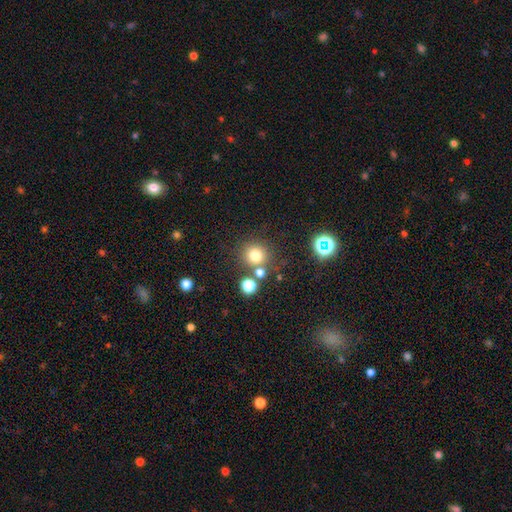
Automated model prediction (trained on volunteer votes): This appears to be a smooth galaxy with no disk features (52%) that is round (91%). Merging: none (80%).